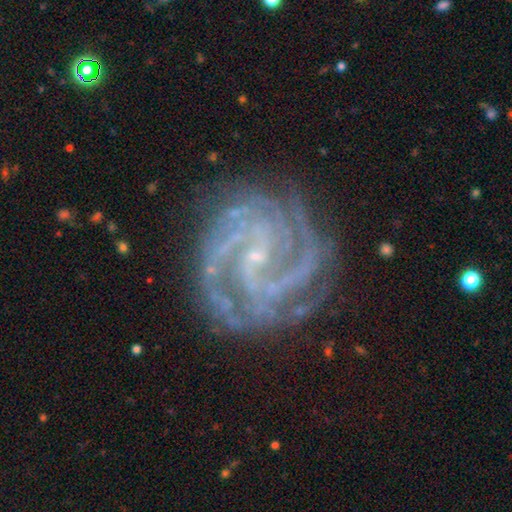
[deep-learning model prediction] smooth-or-featured: featured or disk: 92% | star or artifact: 5% | smooth: 3%
  disk-edge-on: no: 98% | yes: 2%
    bar: weak: 40% | no: 38% | strong: 22%
    has-spiral-arms: yes: 99% | no: 1%
      spiral-winding: tight: 65% | medium: 31% | loose: 4%
      spiral-arm-count: 2: 27% (tied) | 3: 27% (tied) | 4: 17% | can't tell: 12% | more than 4: 9% | 1: 8%
    bulge-size: small: 85% | moderate: 7% | none: 6% | large: 1% | dominant: 1%
  merging: none: 79% | minor disturbance: 14% | major disturbance: 5% | merger: 1%